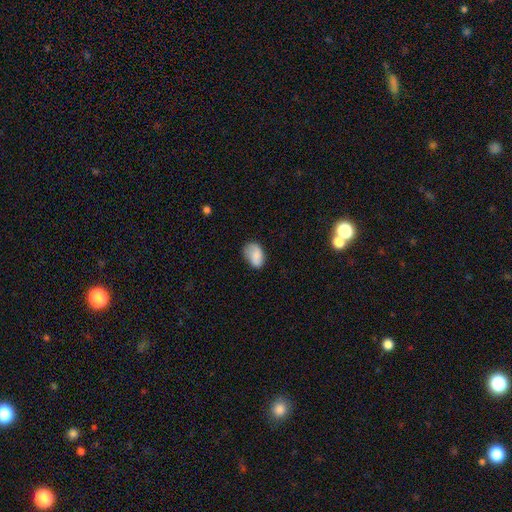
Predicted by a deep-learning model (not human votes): Q: Smooth or featured?
A: smooth (79%); runner-up: featured or disk (13%)
Q: How rounded?
A: in between (86%); runner-up: round (12%)
Q: Merging?
A: none (62%); runner-up: minor disturbance (28%)